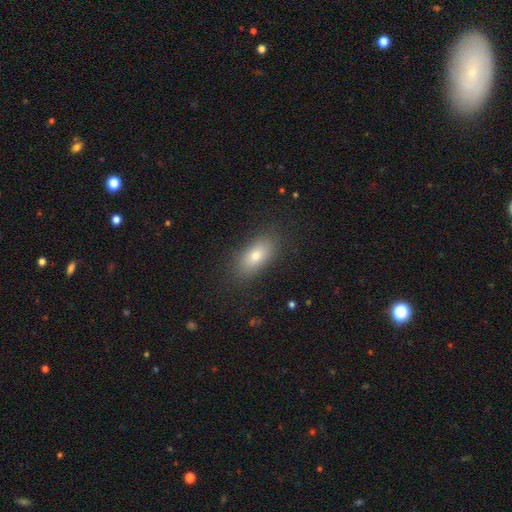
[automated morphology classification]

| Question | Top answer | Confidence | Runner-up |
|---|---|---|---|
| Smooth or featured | smooth | 77% | featured or disk (13%) |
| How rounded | in between | 85% | cigar-shaped (9%) |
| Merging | none | 85% | minor disturbance (11%) |